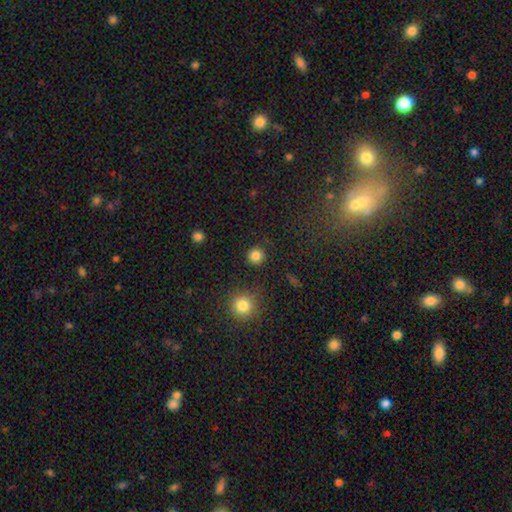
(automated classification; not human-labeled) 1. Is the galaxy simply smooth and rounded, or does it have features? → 84% smooth, 12% star or artifact, 3% featured or disk.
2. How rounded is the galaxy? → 95% round, 4% in between, 1% cigar-shaped.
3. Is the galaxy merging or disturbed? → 90% none, 5% minor disturbance, 2% major disturbance, 2% merger.